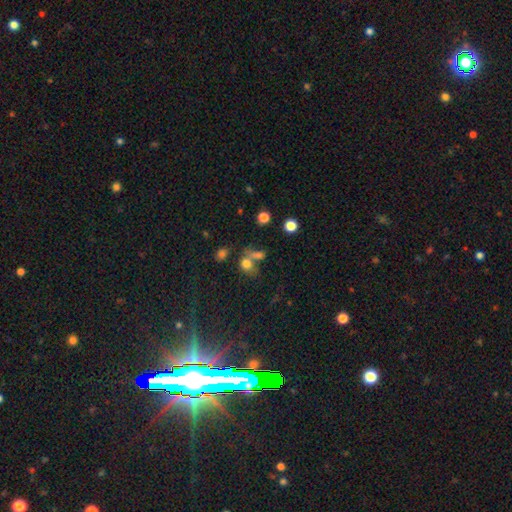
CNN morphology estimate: Overall: smooth (56%; star or artifact 28%). How rounded: round (51%; in between 45%). Merging: none (44%; merger 38%).